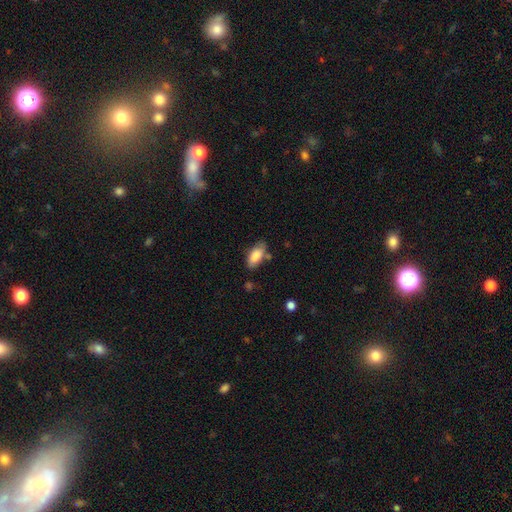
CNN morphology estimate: This is clearly a smooth galaxy (83%). How rounded: clearly in between (89%). Merging: likely none (65%).